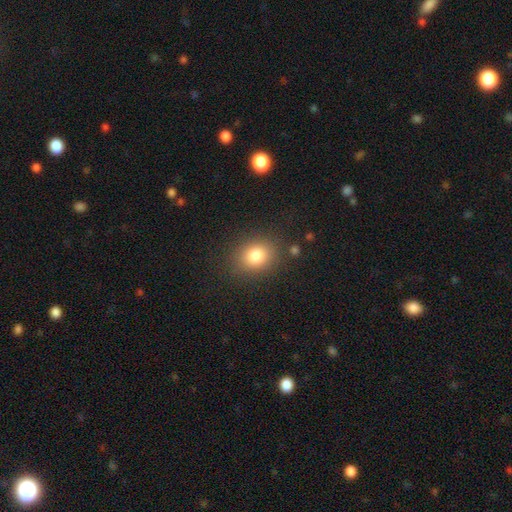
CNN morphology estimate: Smooth or featured: smooth — 81% (star or artifact — 11%)
How rounded: round — 60% (in between — 39%)
Merging: none — 85% (minor disturbance — 9%)